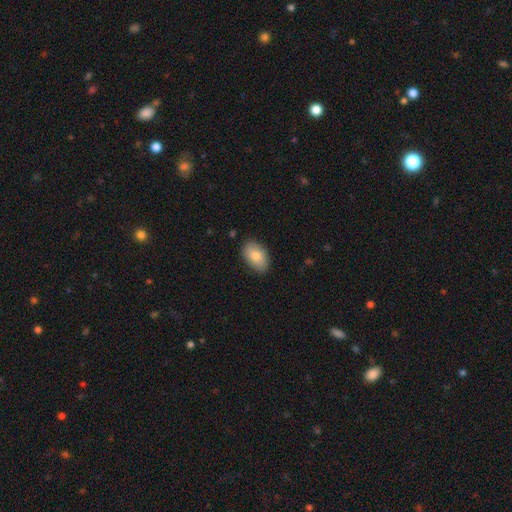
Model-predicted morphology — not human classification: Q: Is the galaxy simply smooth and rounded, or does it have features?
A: smooth — 80%.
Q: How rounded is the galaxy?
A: in between — 92%.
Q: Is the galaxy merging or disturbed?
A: none — 84%.